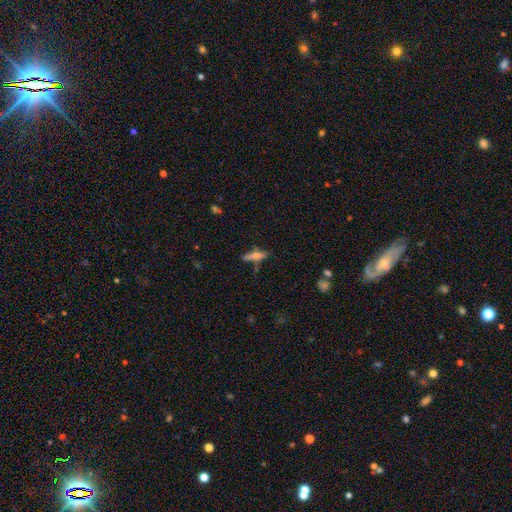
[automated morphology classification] The model was most divided on "smooth or featured": smooth: 60%, featured or disk: 32%, star or artifact: 8%. More confident: how rounded — cigar-shaped (75%); merging — none (68%).